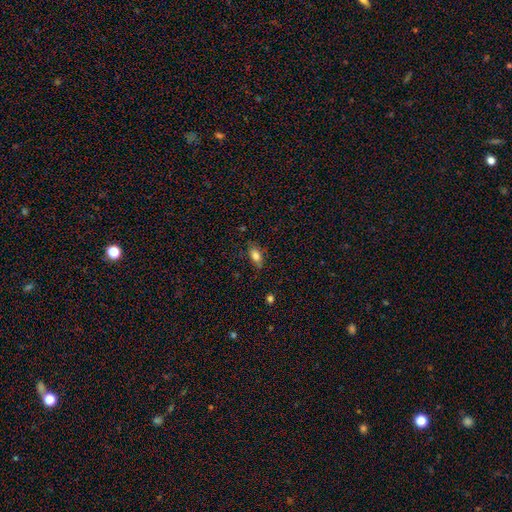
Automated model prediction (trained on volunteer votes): A smooth galaxy with no disk features (78%) that is in between round and cigar-shaped (83%). Merging: none (71%).